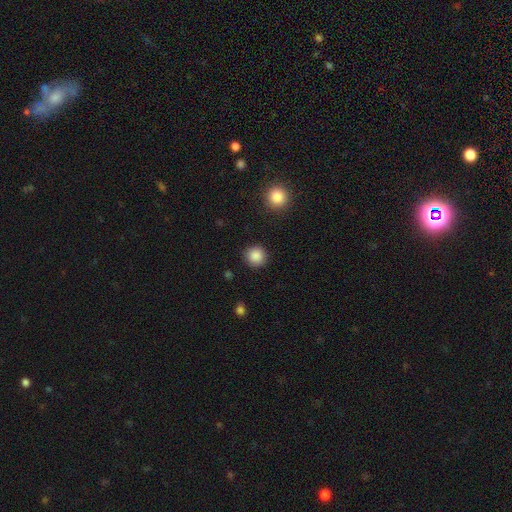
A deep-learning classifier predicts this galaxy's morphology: Smooth or featured? Predicted: smooth (p=0.87). How rounded? Predicted: round (p=0.94). Merging? Predicted: none (p=0.90).